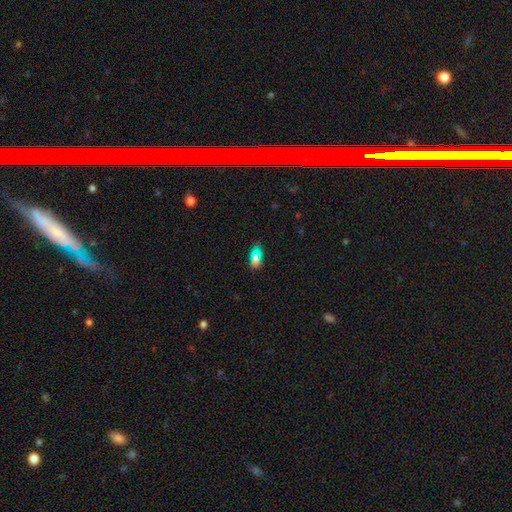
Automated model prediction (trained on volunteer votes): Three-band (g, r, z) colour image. It shows a smooth galaxy with no disk features (67%) that is in between round and cigar-shaped (83%). Merging: none (80%).